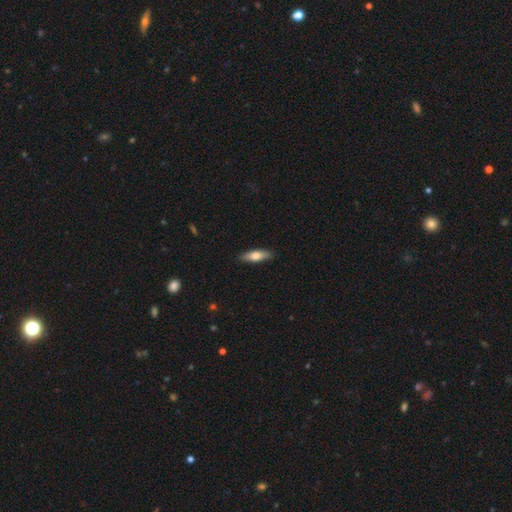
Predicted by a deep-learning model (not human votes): A smooth galaxy with no disk features (70%) that is in between round and cigar-shaped (51%).

Vote fractions:
- Smooth or featured? smooth: 70% / featured or disk: 24% / star or artifact: 6%
- How rounded? in between: 51% / cigar-shaped: 46% / round: 2%
- Merging? none: 89% / minor disturbance: 9% / major disturbance: 2% / merger: 1%